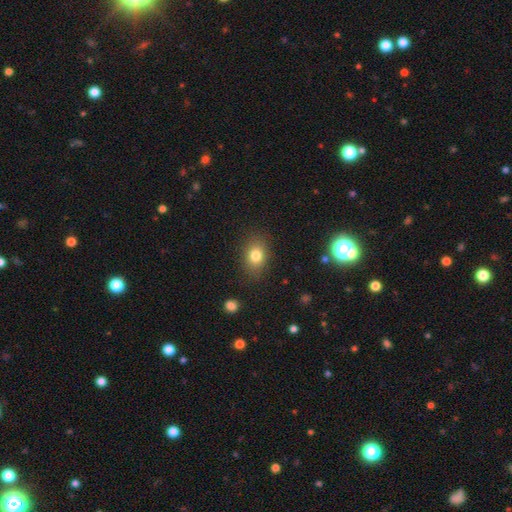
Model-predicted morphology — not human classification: Overall: smooth (79%). How rounded: in between (67%; round 32%). Merging: none (84%).